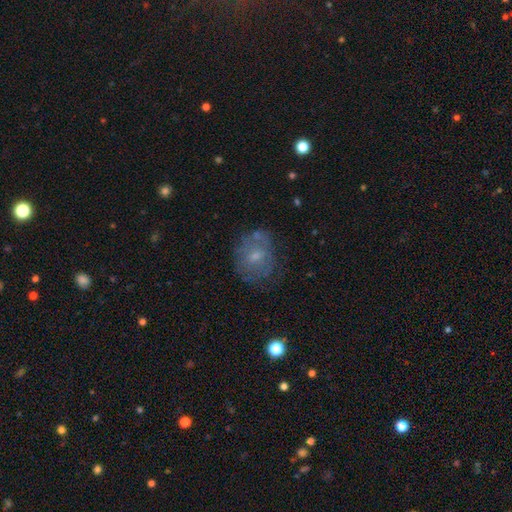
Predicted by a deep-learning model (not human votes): smooth_or_featured: smooth (p=0.46) [alt: featured or disk p=0.44]
merging: none (p=0.58) [alt: minor disturbance p=0.24]